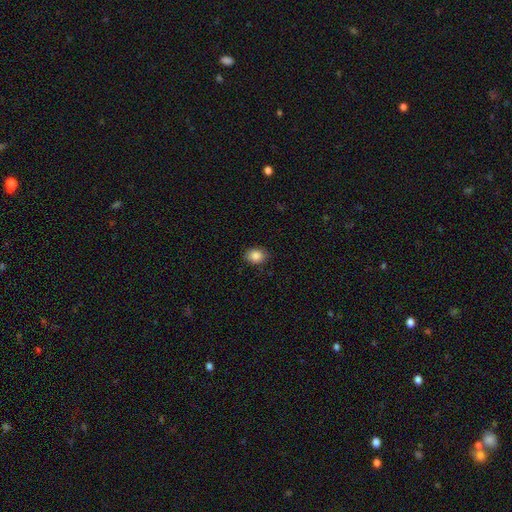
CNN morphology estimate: Smooth or featured? Predicted: smooth (p=0.87). How rounded? Predicted: in between (p=0.58). Merging? Predicted: none (p=0.86).